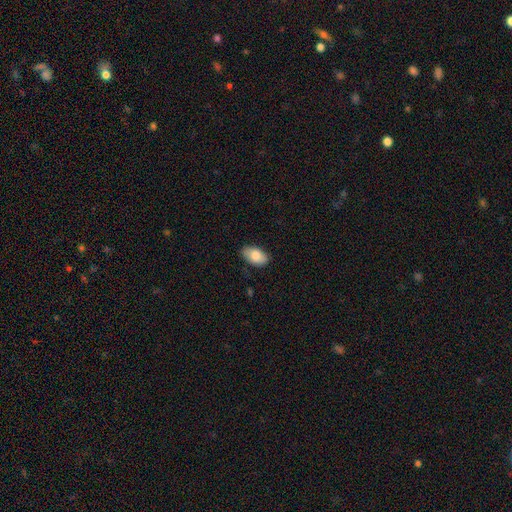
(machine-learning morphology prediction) This appears to be a smooth galaxy with no disk features (84%) that is in between round and cigar-shaped (94%). Merging: none (82%).